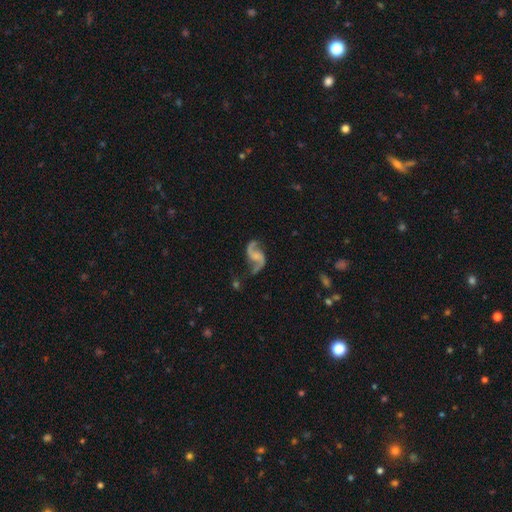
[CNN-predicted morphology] smooth-or-featured: featured or disk: 90% | smooth: 5% | star or artifact: 5%
  disk-edge-on: no: 98% | yes: 2%
    bar: no: 54% | weak: 36% | strong: 10%
    has-spiral-arms: yes: 97% | no: 3%
      spiral-winding: loose: 72% | medium: 24% | tight: 4%
      spiral-arm-count: 2: 94% | 1: 2% | can't tell: 1% | 3: 1% | 4: 1% | more than 4: 1%
    bulge-size: small: 44% | none: 32% | moderate: 20% | large: 3% | dominant: 1%
  merging: none: 71% | minor disturbance: 17% | major disturbance: 8% | merger: 4%